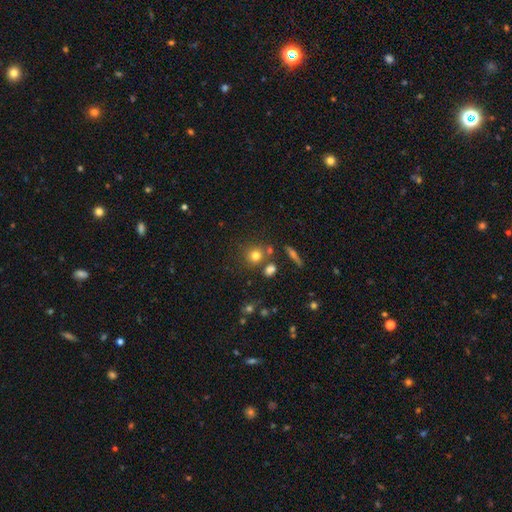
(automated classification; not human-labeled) Overall: smooth (75%). How rounded: round (86%). Merging: none (70%).